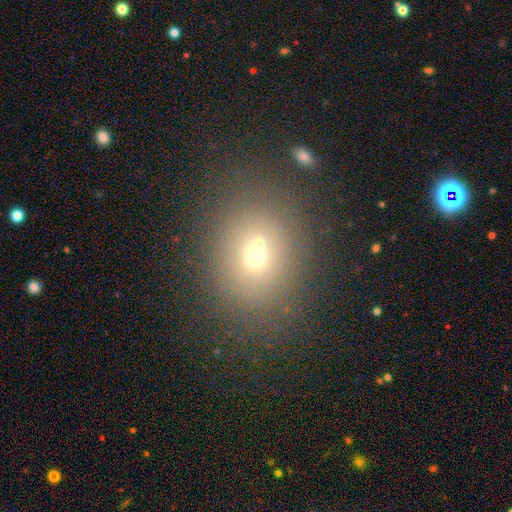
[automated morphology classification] smooth-or-featured: smooth: 60% | star or artifact: 22% | featured or disk: 18%
  how-rounded: round: 53% | in between: 46% | cigar-shaped: 1%
  merging: none: 59% | merger: 25% | minor disturbance: 11% | major disturbance: 5%